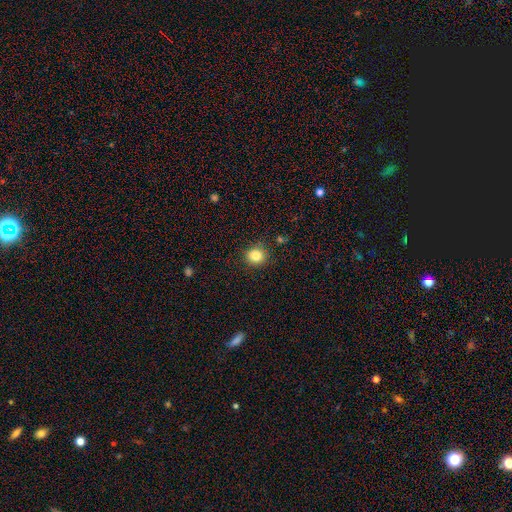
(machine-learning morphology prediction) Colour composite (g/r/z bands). It shows a smooth galaxy with no disk features (84%) that is round (87%). Merging: none (89%).